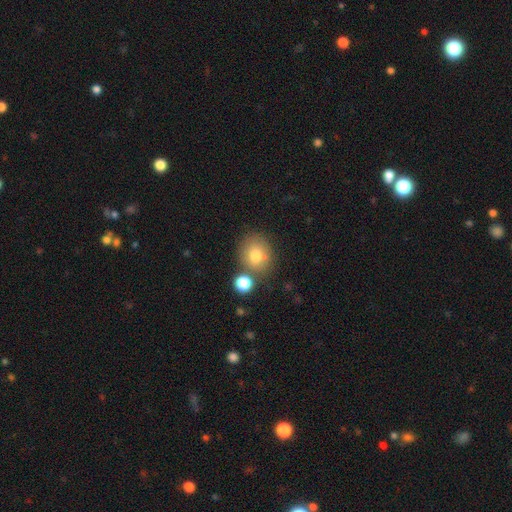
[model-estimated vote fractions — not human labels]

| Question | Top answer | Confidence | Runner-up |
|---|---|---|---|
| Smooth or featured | smooth | 76% | featured or disk (14%) |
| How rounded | round | 70% | in between (29%) |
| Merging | none | 62% | merger (19%) |